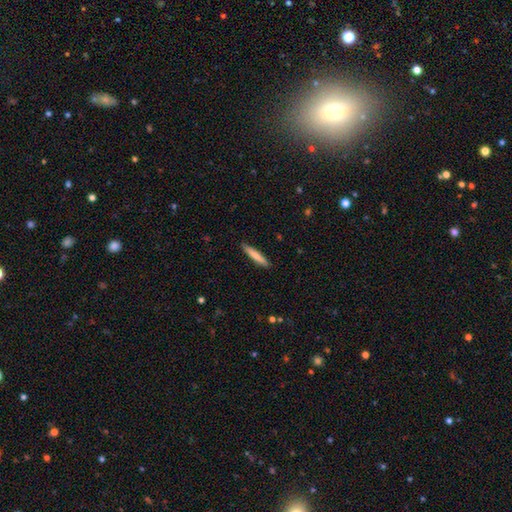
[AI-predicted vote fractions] Smooth or featured?
  - smooth: 78% *
  - featured or disk: 17%
  - star or artifact: 6%
How rounded?
  - cigar-shaped: 93% *
  - in between: 6%
  - round: 1%
Merging?
  - none: 90% *
  - minor disturbance: 7%
  - major disturbance: 2%
  - merger: 1%